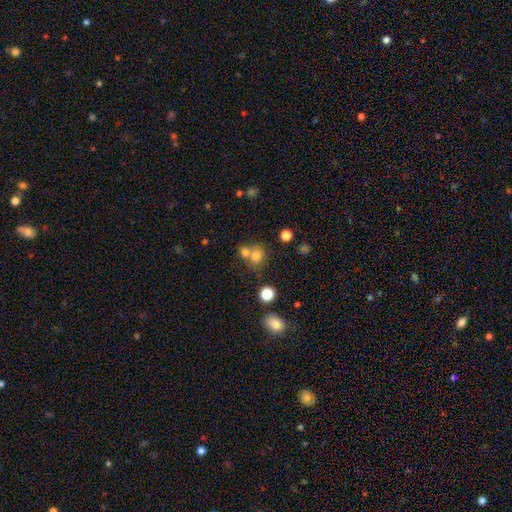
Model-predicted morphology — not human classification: Smooth or featured? smooth (75%)
How rounded? round (75%)
Merging? none (48%)